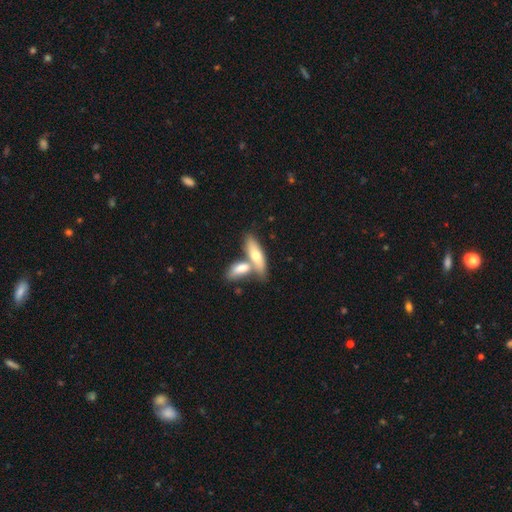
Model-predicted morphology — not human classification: smooth 64%, featured or disk 31%, star or artifact 5%. Down the decision tree: how rounded — in between (57%); merging — merger (51%).